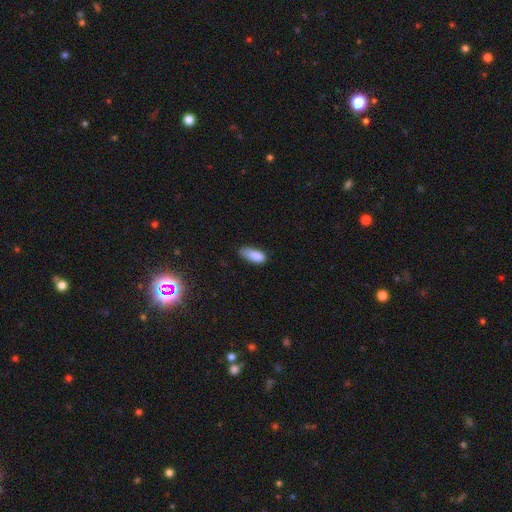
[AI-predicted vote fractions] Overall: smooth (86%). How rounded: in between (80%). Merging: none (51%; minor disturbance 37%).